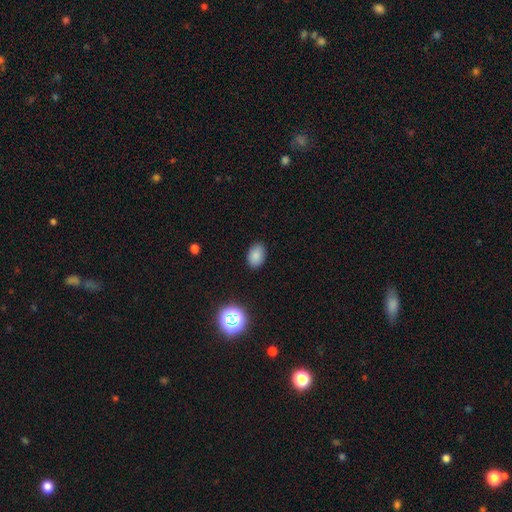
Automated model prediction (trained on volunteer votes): Morphology: type=smooth (83%); roundness=in between (84%); merging=none (87%).